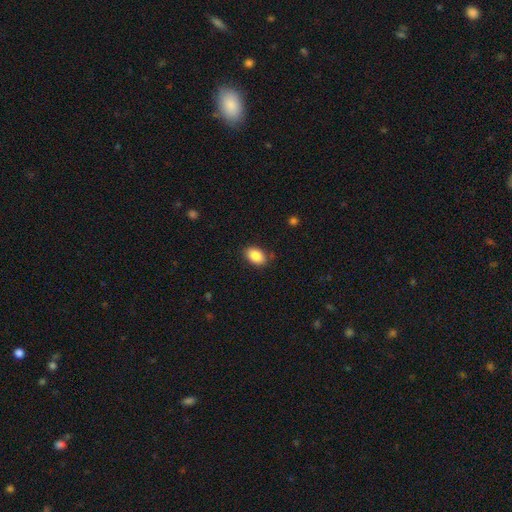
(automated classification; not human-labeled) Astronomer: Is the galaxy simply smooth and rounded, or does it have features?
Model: smooth — 86%.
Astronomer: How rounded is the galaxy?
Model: in between — 86%.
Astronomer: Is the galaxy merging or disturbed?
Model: none — 86%.